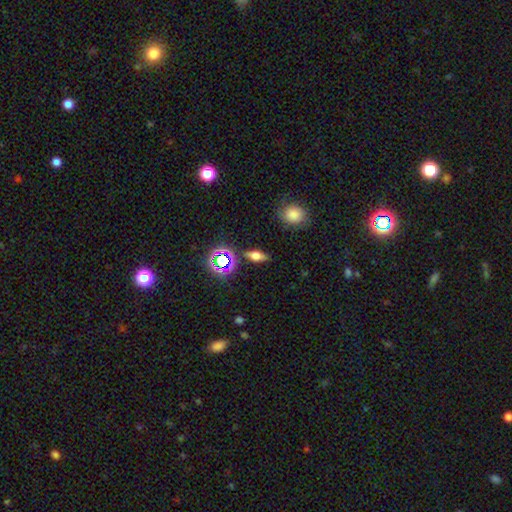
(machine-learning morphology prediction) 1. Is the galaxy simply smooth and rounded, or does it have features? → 52% smooth, 28% featured or disk, 20% star or artifact.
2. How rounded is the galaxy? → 63% in between, 24% cigar-shaped, 13% round.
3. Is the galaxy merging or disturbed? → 84% none, 10% minor disturbance, 3% major disturbance, 3% merger.